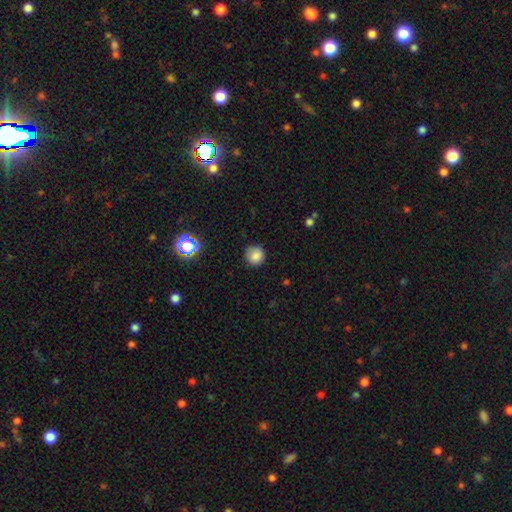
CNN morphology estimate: Overall: smooth (82%). How rounded: round (93%). Merging: none (84%).